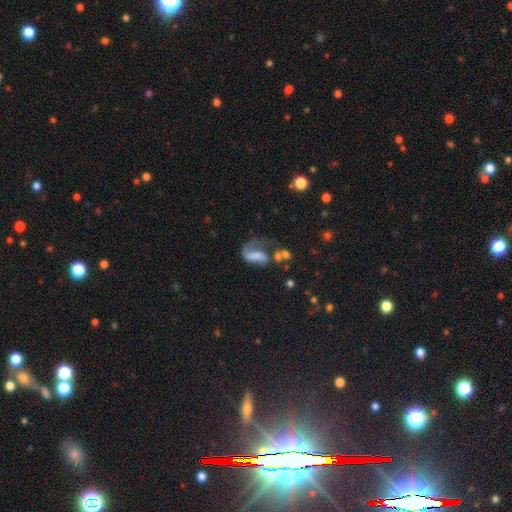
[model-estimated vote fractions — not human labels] A featured or disk galaxy (50%). Merging: major disturbance (49%).